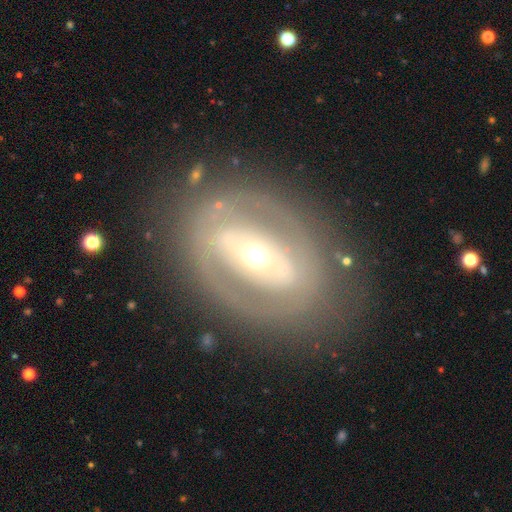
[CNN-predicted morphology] smooth_or_featured: featured or disk (p=0.72) [alt: smooth p=0.22]
disk_edge_on: no (p=0.92) [alt: yes p=0.08]
bar: no (p=0.47) [alt: strong p=0.30]
has_spiral_arms: no (p=0.69) [alt: yes p=0.31]
bulge_size: moderate (p=0.53) [alt: small p=0.38]
merging: none (p=0.78) [alt: minor disturbance p=0.13]